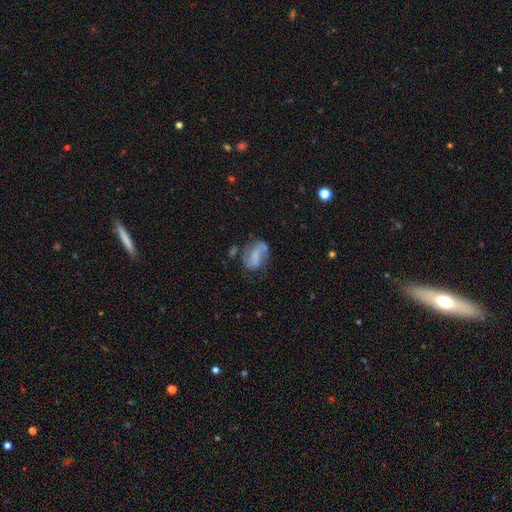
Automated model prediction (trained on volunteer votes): Q: Smooth or featured?
A: featured or disk (66%); runner-up: smooth (26%)
Q: Edge-on disk?
A: no (97%); runner-up: yes (3%)
Q: Bar?
A: weak (41%); runner-up: no (35%)
Q: Spiral arms?
A: yes (87%); runner-up: no (13%)
Q: Spiral winding?
A: medium (43%); runner-up: loose (40%)
Q: Spiral arm count?
A: 2 (85%); runner-up: can't tell (7%)
Q: Bulge size?
A: none (45%); runner-up: small (30%)
Q: Merging?
A: none (57%); runner-up: minor disturbance (22%)